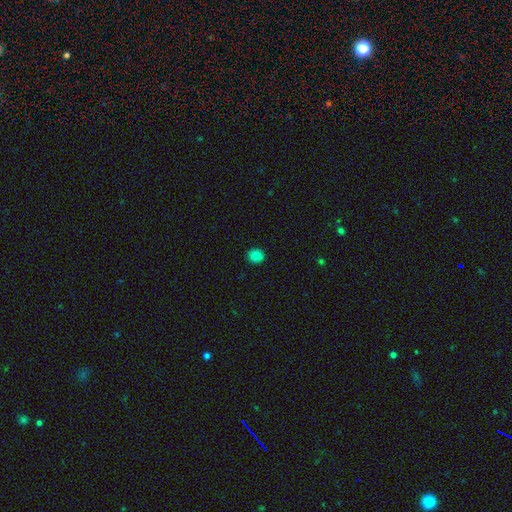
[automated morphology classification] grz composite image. It shows a smooth galaxy with no disk features (83%) that is round (81%). Merging: none (92%).